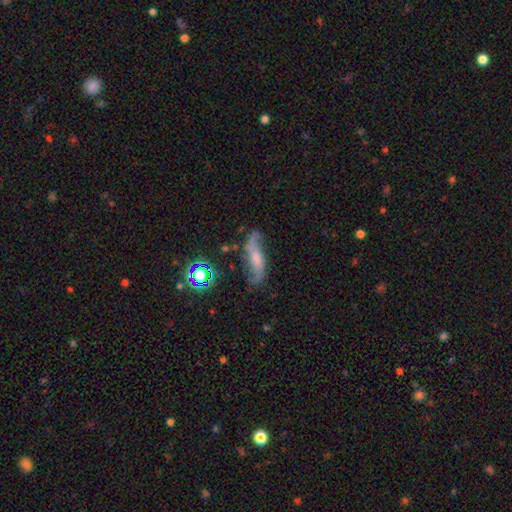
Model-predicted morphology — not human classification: smooth_or_featured: featured or disk (p=0.67) [alt: smooth p=0.21]
disk_edge_on: no (p=0.82) [alt: yes p=0.18]
bar: no (p=0.46) [alt: weak p=0.36]
has_spiral_arms: yes (p=0.92) [alt: no p=0.08]
spiral_winding: loose (p=0.78) [alt: medium p=0.16]
spiral_arm_count: 2 (p=0.89) [alt: can't tell p=0.04]
bulge_size: small (p=0.37) [alt: moderate p=0.34]
merging: none (p=0.65) [alt: minor disturbance p=0.21]